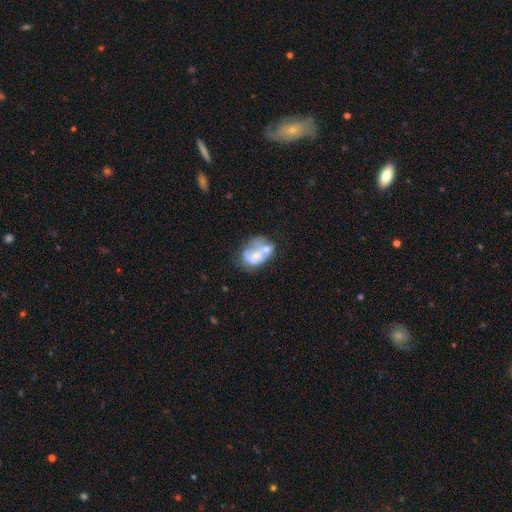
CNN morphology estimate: A smooth galaxy with no disk features (46%, tied with featured or disk). Merging: merger (49%).